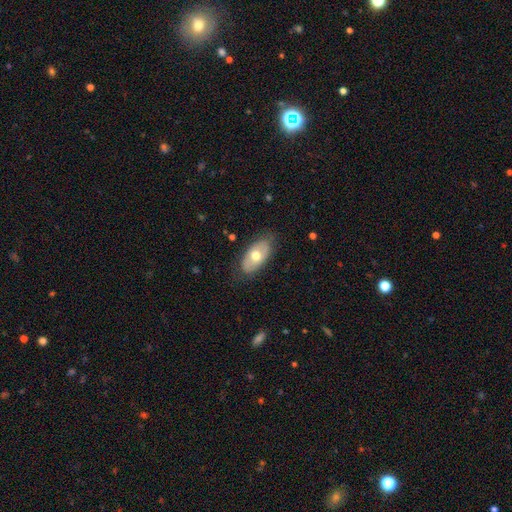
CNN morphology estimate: This is possibly a smooth galaxy (58%). How rounded: clearly in between (93%). Merging: likely none (79%).